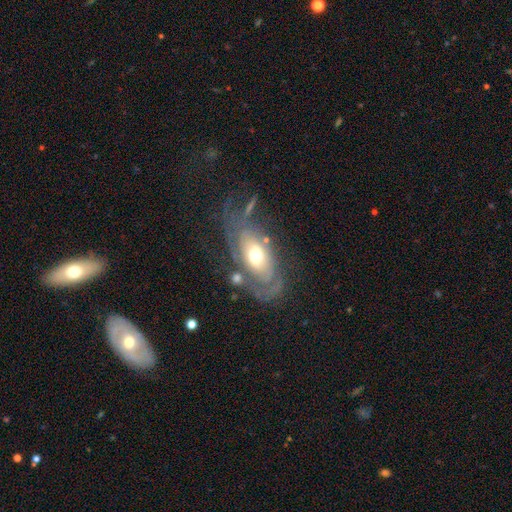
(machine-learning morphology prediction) This is likely a featured or disk galaxy (71%). It is clearly not viewed edge-on (90%). Bar: likely no (72%). Spiral arm pattern: likely yes (76%). Central bulge: likely moderate (70%). Merging: possibly none (53%).